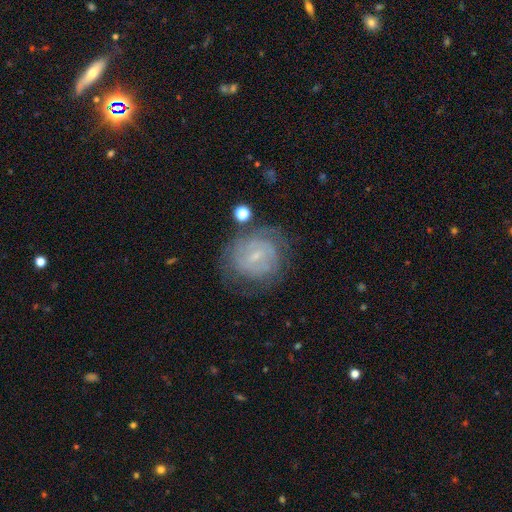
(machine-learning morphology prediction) Smooth or featured? featured or disk (69%)
Edge-on disk? no (97%)
Bar? weak (49%)
Spiral arms? yes (85%)
Spiral winding? tight (66%)
Spiral arm count? can't tell (47%)
Bulge size? small (76%)
Merging? none (70%)